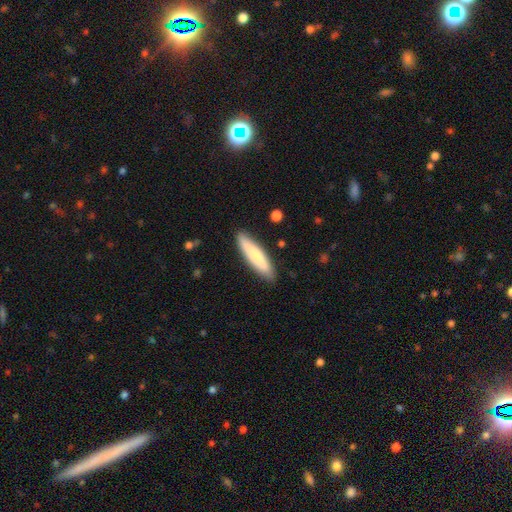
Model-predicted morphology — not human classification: Q: Smooth or featured?
A: smooth (76%); runner-up: featured or disk (19%)
Q: How rounded?
A: cigar-shaped (78%); runner-up: in between (21%)
Q: Merging?
A: none (87%); runner-up: minor disturbance (10%)